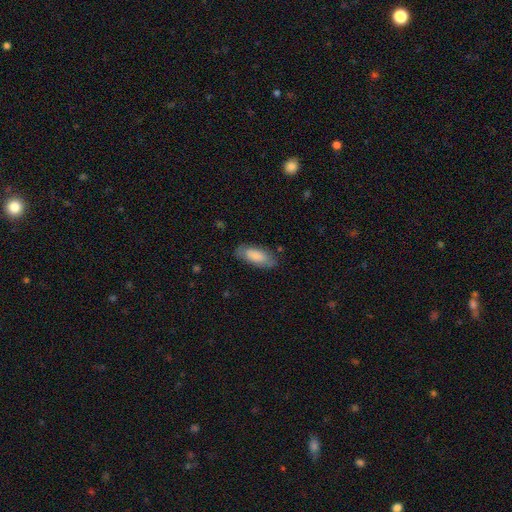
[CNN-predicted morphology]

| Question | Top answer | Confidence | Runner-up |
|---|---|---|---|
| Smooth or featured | smooth | 83% | featured or disk (12%) |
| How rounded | in between | 83% | cigar-shaped (15%) |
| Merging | none | 77% | minor disturbance (17%) |